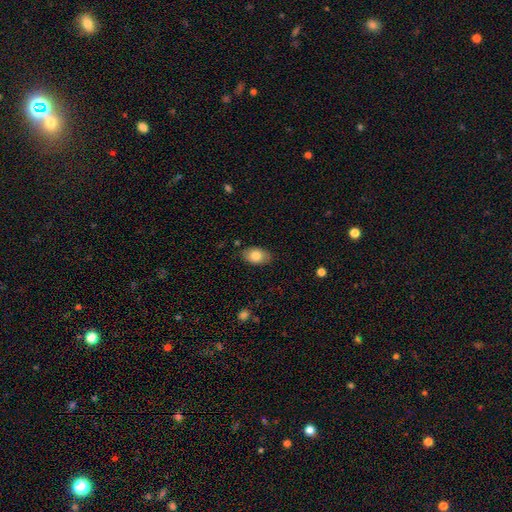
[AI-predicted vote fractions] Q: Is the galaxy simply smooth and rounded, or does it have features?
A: smooth — 83%.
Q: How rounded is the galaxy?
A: in between — 89%.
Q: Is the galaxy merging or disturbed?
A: none — 82%.